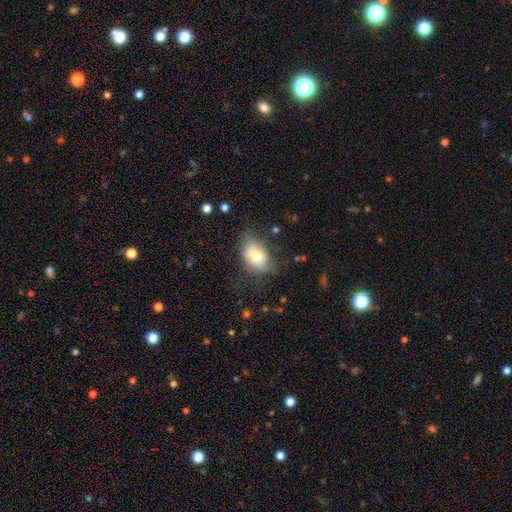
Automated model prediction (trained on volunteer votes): Smooth or featured? Predicted: smooth (p=0.71). How rounded? Predicted: in between (p=0.81). Merging? Predicted: none (p=0.57).